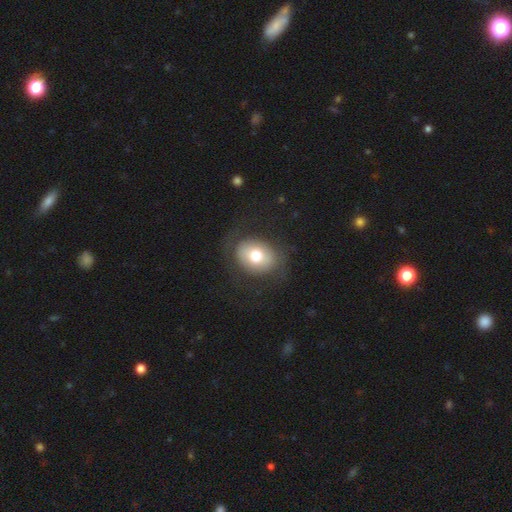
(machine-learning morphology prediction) smooth_or_featured: smooth (p=0.69) [alt: featured or disk p=0.23]
how_rounded: in between (p=0.52) [alt: round p=0.47]
merging: none (p=0.77) [alt: minor disturbance p=0.13]